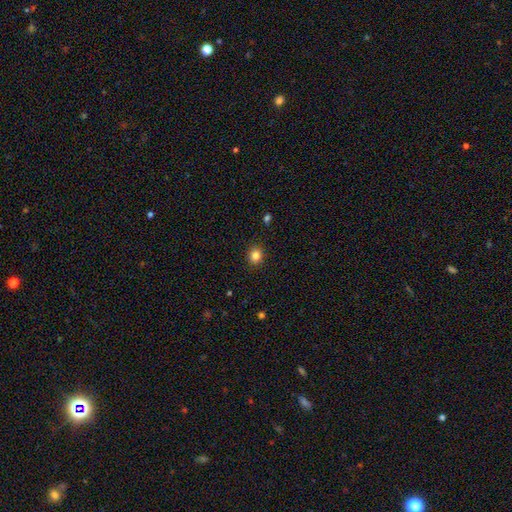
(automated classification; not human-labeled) Smooth or featured? smooth (83%)
How rounded? round (71%)
Merging? none (90%)